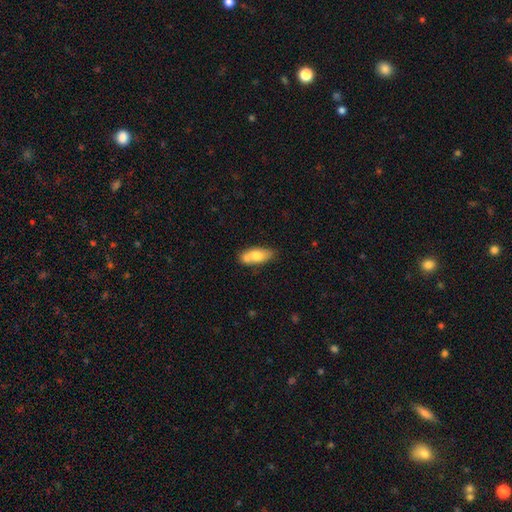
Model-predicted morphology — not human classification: This appears to be a smooth galaxy with no disk features (71%) that is in between round and cigar-shaped (80%). Merging: none (54%).